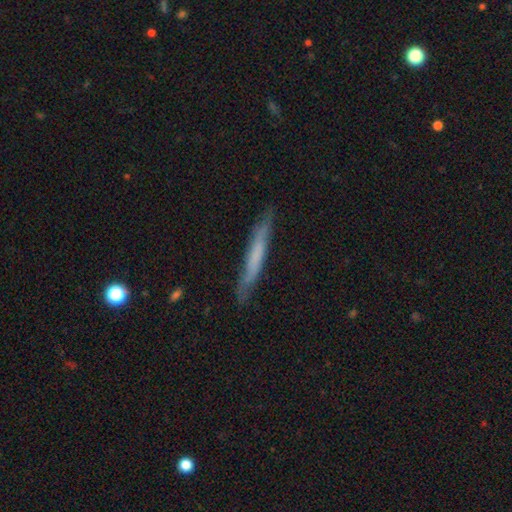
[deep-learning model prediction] Smooth or featured? smooth (52%)
How rounded? cigar-shaped (95%)
Merging? none (80%)